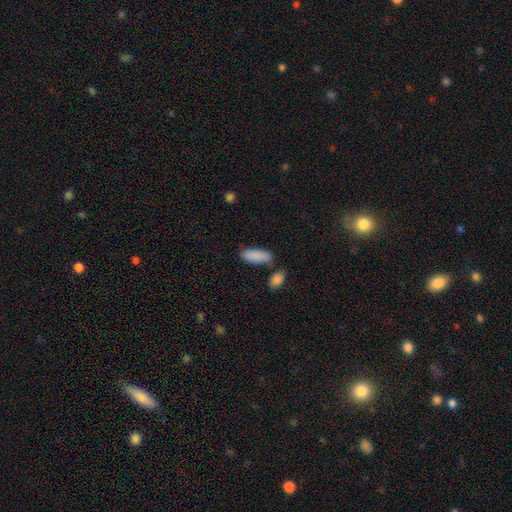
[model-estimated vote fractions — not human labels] This appears to be a smooth galaxy with no disk features (89%) that is in between round and cigar-shaped (79%). Merging: none (71%).